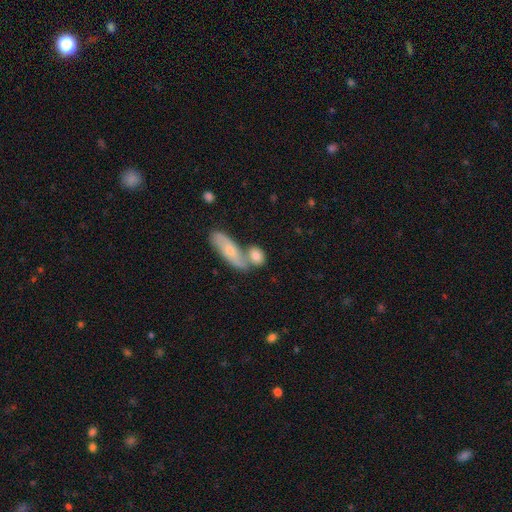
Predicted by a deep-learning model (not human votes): This appears to be a smooth galaxy with no disk features (75%) that is in between round and cigar-shaped (58%). Merging: merger (45%).